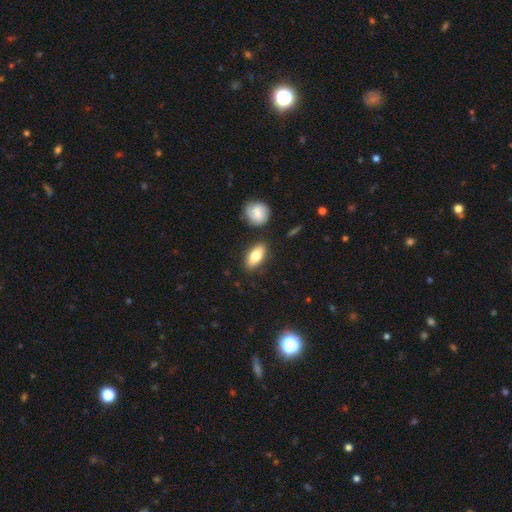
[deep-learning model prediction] A smooth galaxy with no disk features (78%) that is in between round and cigar-shaped (87%). Merging: none (82%).